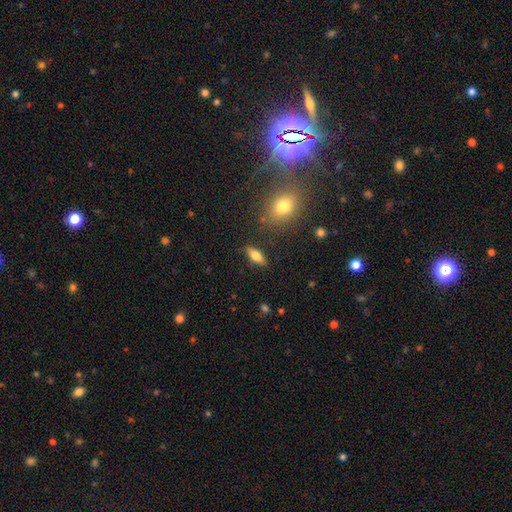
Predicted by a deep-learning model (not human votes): Smooth or featured: smooth — 62% (featured or disk — 30%)
How rounded: in between — 73% (cigar-shaped — 23%)
Merging: none — 86% (minor disturbance — 9%)